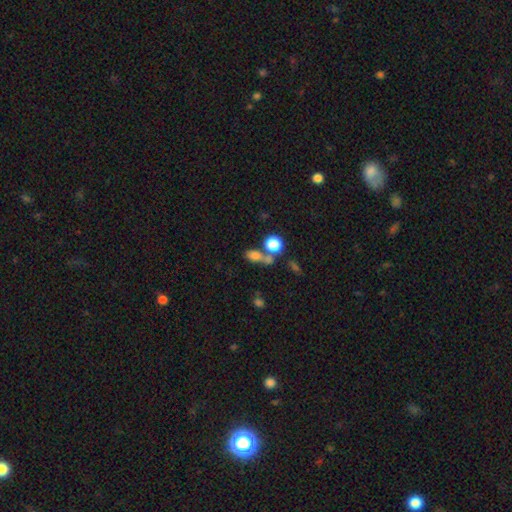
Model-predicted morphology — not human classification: This is likely a smooth galaxy (74%). How rounded: likely in between (62%). Merging: marginally none (44%).